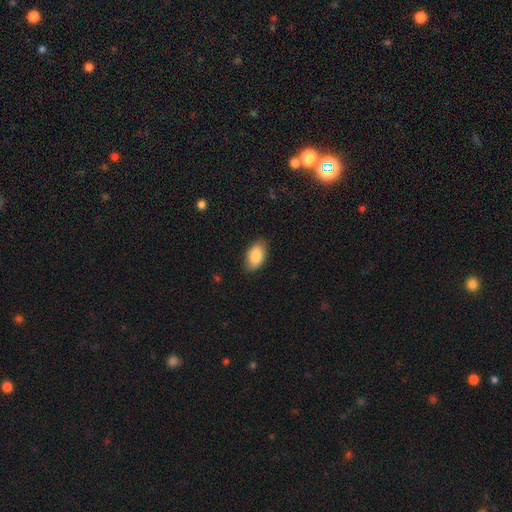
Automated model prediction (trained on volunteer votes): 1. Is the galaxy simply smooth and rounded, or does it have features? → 86% smooth, 8% featured or disk, 6% star or artifact.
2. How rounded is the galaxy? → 94% in between, 5% round, 2% cigar-shaped.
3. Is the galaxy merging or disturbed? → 86% none, 11% minor disturbance, 2% major disturbance, 1% merger.